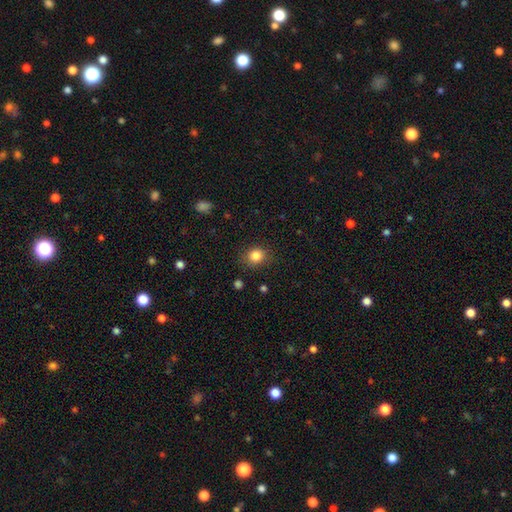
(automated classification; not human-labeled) Overall: smooth (84%). How rounded: round (66%; in between 33%). Merging: none (83%).